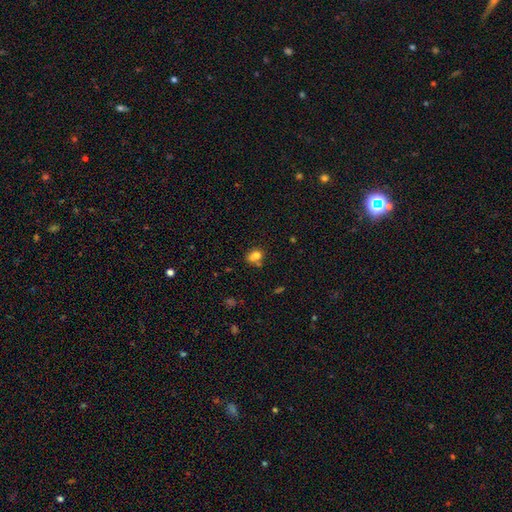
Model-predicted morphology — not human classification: Smooth or featured? Predicted: smooth (p=0.74). How rounded? Predicted: round (p=0.53). Merging? Predicted: none (p=0.40).